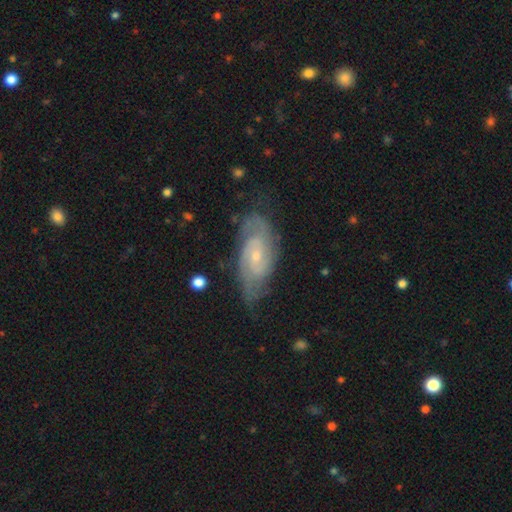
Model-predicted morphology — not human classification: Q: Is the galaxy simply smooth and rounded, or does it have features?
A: featured or disk — 84%.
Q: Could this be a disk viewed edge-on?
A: no — 94%.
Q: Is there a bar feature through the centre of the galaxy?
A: no — 53%.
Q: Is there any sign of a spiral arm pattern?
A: yes — 96%.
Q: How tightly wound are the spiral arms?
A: tight — 53%.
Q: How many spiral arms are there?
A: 2 — 55%.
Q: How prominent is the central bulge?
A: small — 69%.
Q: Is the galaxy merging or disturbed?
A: none — 70%.